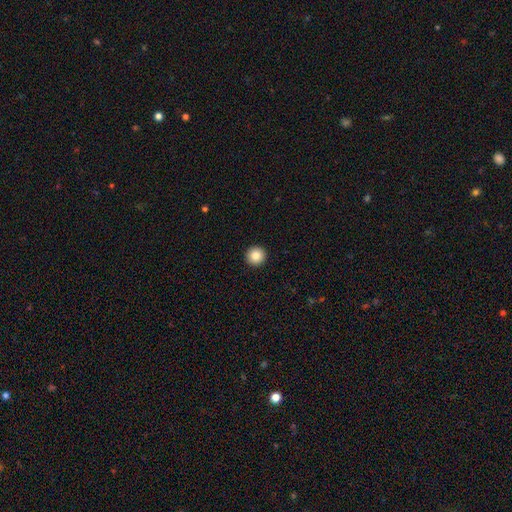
A smooth galaxy with no disk features (92%) that is round (100%). Merging: none (95%).